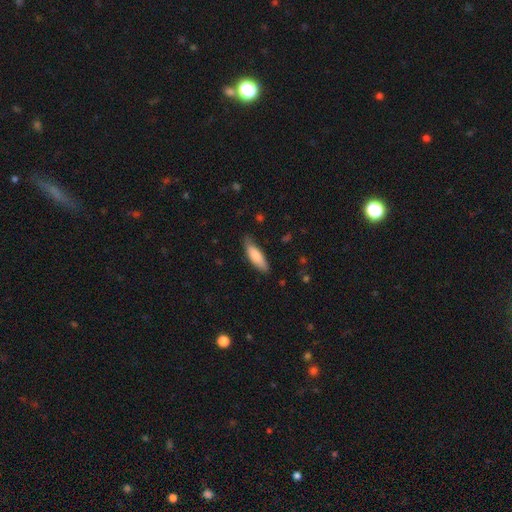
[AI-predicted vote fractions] smooth_or_featured: smooth (p=0.82) [alt: featured or disk p=0.12]
how_rounded: cigar-shaped (p=0.51) [alt: in between p=0.48]
merging: none (p=0.78) [alt: minor disturbance p=0.18]